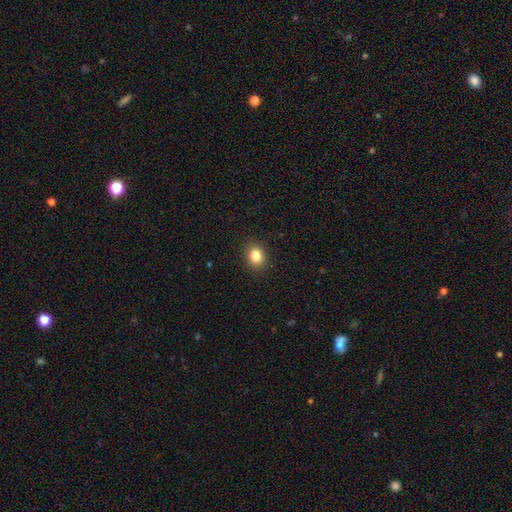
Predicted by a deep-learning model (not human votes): The model was most divided on "how rounded": round: 59%, in between: 40%, cigar-shaped: 1%. More confident: merging — none (90%); smooth or featured — smooth (84%).